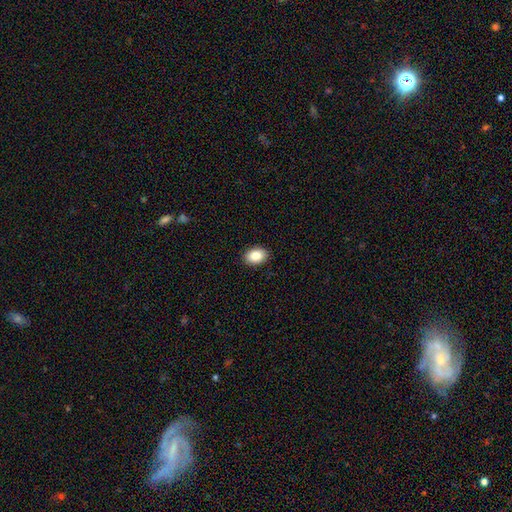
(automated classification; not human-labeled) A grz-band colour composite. It shows a smooth galaxy with no disk features (88%) that is in between round and cigar-shaped (82%). Merging: none (90%).